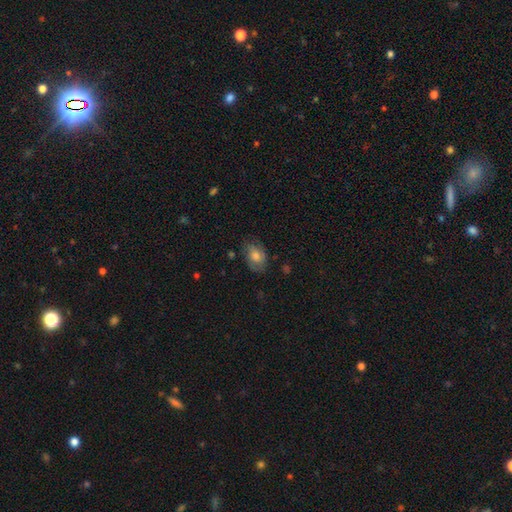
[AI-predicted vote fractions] This appears to be a smooth galaxy with no disk features (57%) that is in between round and cigar-shaped (78%). Merging: none (70%).